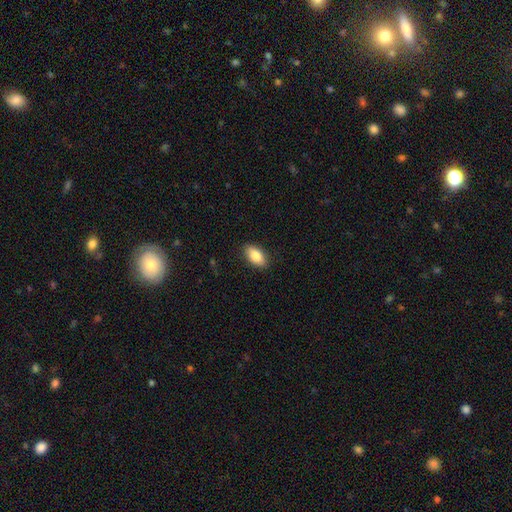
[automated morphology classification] The model was most divided on "smooth or featured": smooth: 83%, featured or disk: 10%, star or artifact: 7%. More confident: how rounded — in between (90%); merging — none (88%).